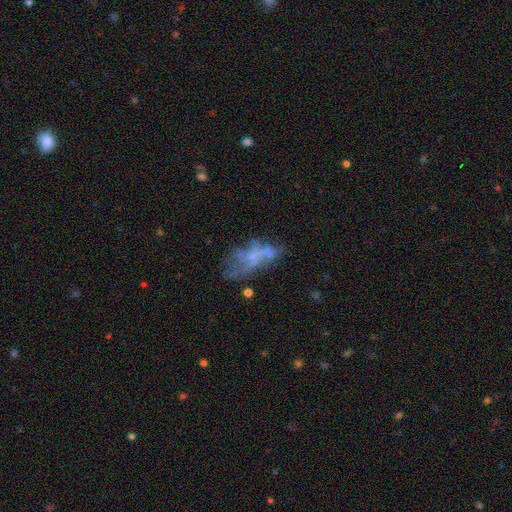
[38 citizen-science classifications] A featured or disk galaxy (58%) with no bar (95%), no spiral arms (85%) and no central bulge (70%).

Vote fractions:
- Smooth or featured? featured or disk: 58% / smooth: 37% / star or artifact: 5%
- Edge-on disk? no: 91% / yes: 9%
- Bar? no: 95% / weak: 5% / strong: 0%
- Spiral arms? no: 85% / yes: 15%
- Bulge size? none: 70% / moderate: 15% / small: 15% / dominant: 0% / large: 0%
- Merging? none: 53% / minor disturbance: 28% / major disturbance: 17% / merger: 3%